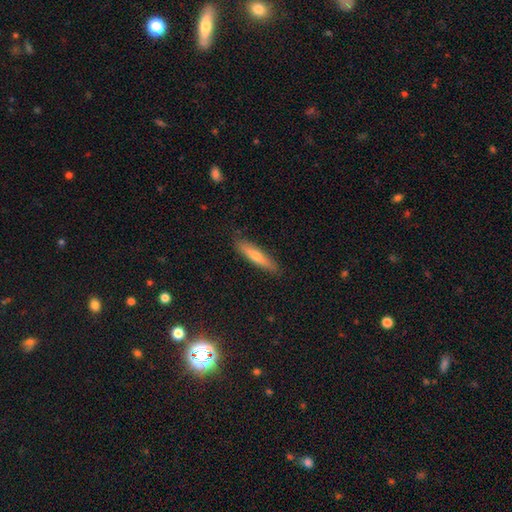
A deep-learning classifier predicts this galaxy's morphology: Q: Smooth or featured?
A: smooth (56%); runner-up: featured or disk (37%)
Q: How rounded?
A: cigar-shaped (86%); runner-up: in between (12%)
Q: Merging?
A: none (86%); runner-up: minor disturbance (10%)